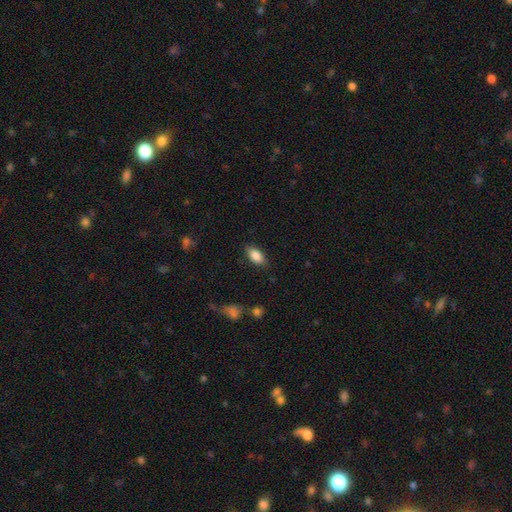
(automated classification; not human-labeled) Overall: smooth (86%). How rounded: in between (91%). Merging: none (84%).